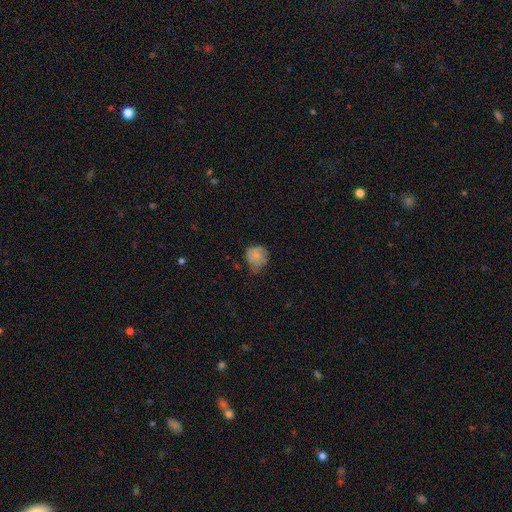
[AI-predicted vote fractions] Morphology: type=smooth (69%); roundness=round (72%); merging=none (43%).